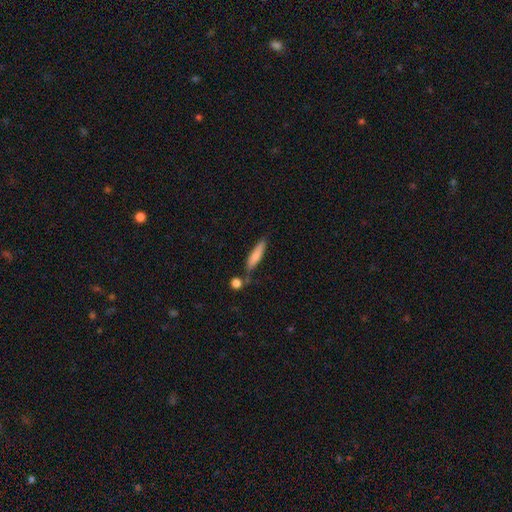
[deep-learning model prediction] Smooth or featured: smooth — 77% (featured or disk — 16%)
How rounded: cigar-shaped — 77% (in between — 21%)
Merging: none — 63% (minor disturbance — 19%)